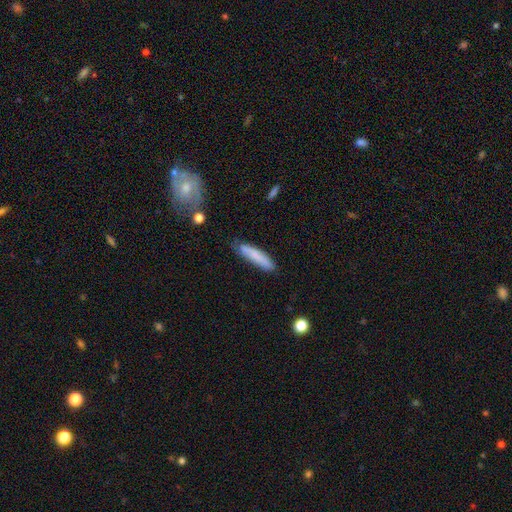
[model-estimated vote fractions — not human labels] Morphology: type=smooth (75%); roundness=cigar-shaped (87%); merging=none (76%).